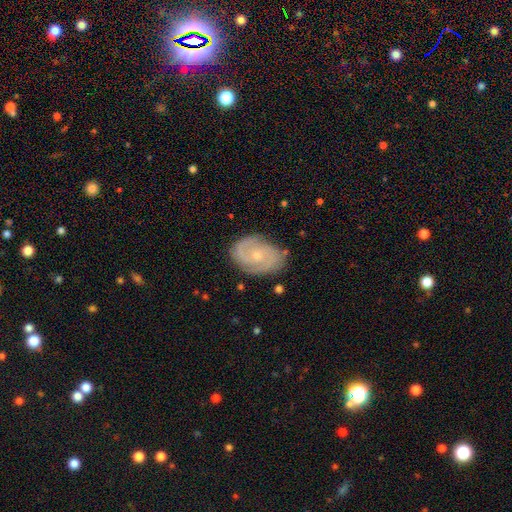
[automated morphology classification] Smooth or featured? featured or disk (80%)
Edge-on disk? no (97%)
Bar? no (64%)
Spiral arms? yes (95%)
Spiral winding? tight (48%)
Spiral arm count? 2 (78%)
Bulge size? small (60%)
Merging? none (79%)